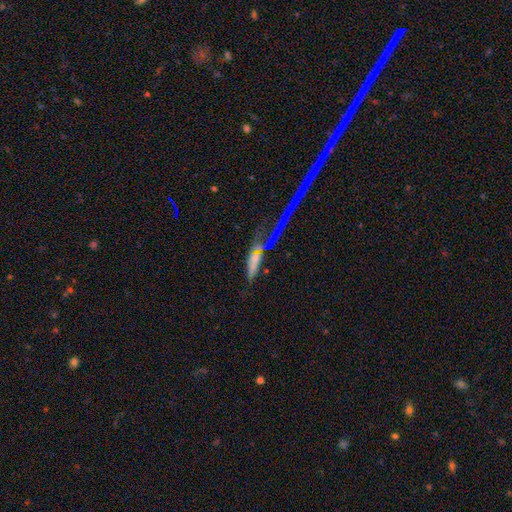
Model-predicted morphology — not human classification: Smooth or featured? featured or disk (39%)
Merging? merger (32%)